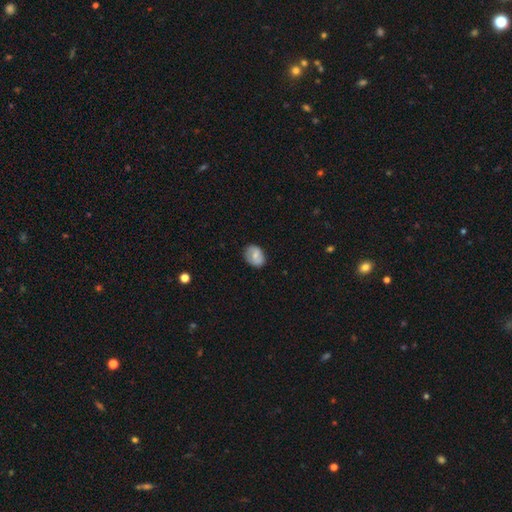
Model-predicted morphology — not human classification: Smooth or featured? smooth (60%)
How rounded? in between (63%)
Merging? none (76%)